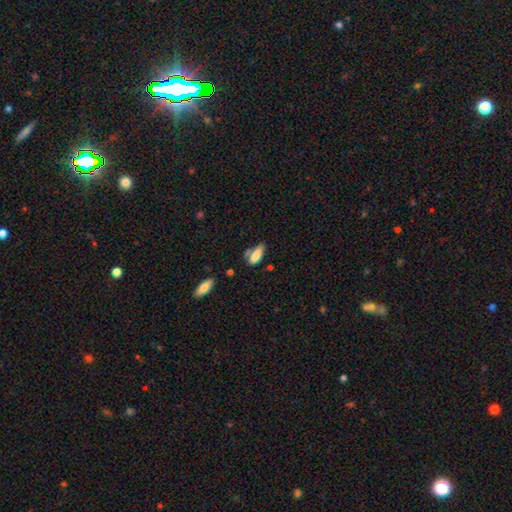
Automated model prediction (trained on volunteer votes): Smooth or featured? Predicted: smooth (p=0.82). How rounded? Predicted: in between (p=0.78). Merging? Predicted: none (p=0.46).